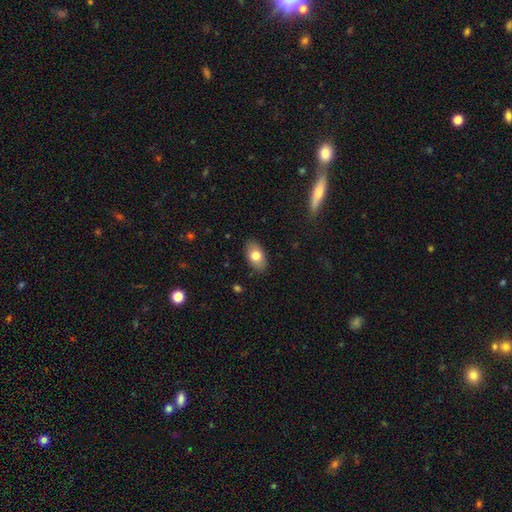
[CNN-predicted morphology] The model was most divided on "smooth or featured": smooth: 77%, featured or disk: 15%, star or artifact: 7%. More confident: how rounded — in between (91%); merging — none (87%).